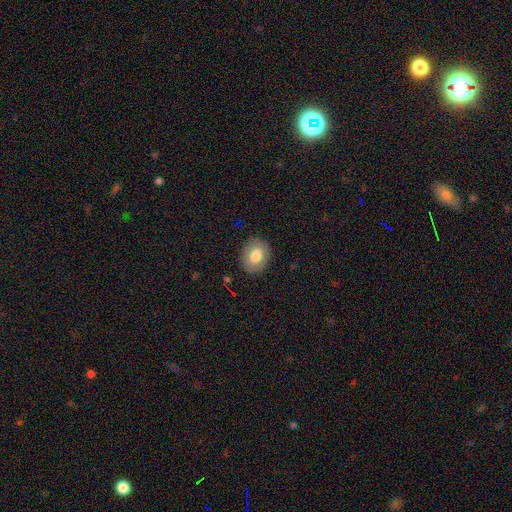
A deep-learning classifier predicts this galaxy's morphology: Q: Smooth or featured?
A: smooth (77%); runner-up: featured or disk (16%)
Q: How rounded?
A: in between (57%); runner-up: round (42%)
Q: Merging?
A: none (88%); runner-up: minor disturbance (9%)